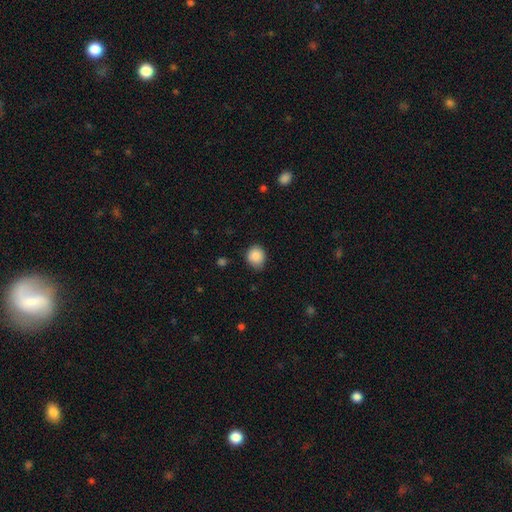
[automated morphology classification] Smooth or featured? smooth (86%)
How rounded? round (74%)
Merging? none (76%)